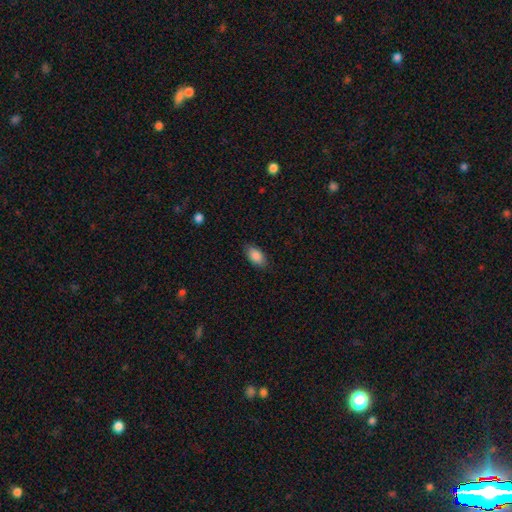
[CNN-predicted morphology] smooth_or_featured: smooth (p=0.88) [alt: star or artifact p=0.07]
how_rounded: in between (p=0.92) [alt: round p=0.04]
merging: none (p=0.84) [alt: minor disturbance p=0.12]